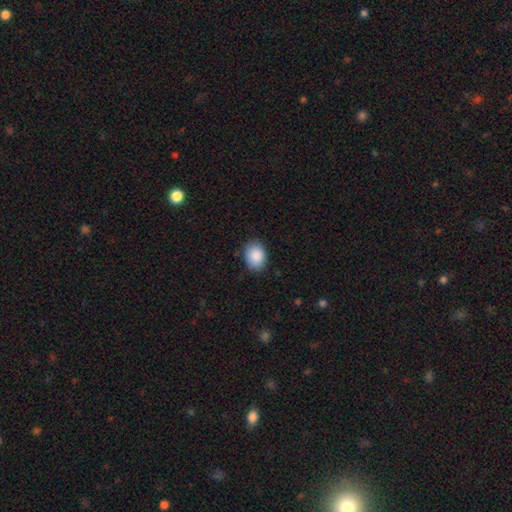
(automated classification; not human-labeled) A smooth galaxy with no disk features (89%) that is in between round and cigar-shaped (70%).

Vote fractions:
- Smooth or featured? smooth: 89% / star or artifact: 7% / featured or disk: 4%
- How rounded? in between: 70% / round: 30% / cigar-shaped: 1%
- Merging? none: 84% / minor disturbance: 12% / major disturbance: 2% / merger: 1%